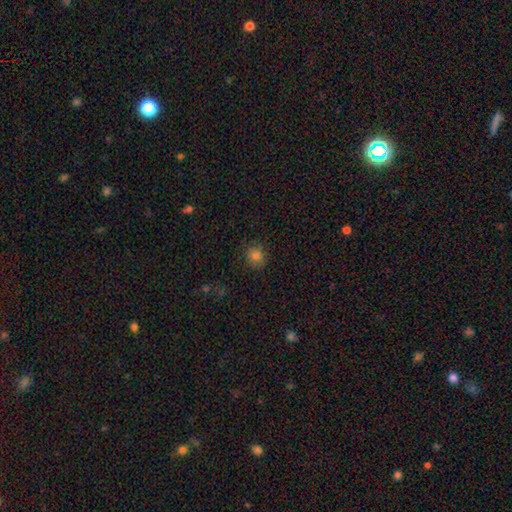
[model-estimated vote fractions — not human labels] The model was most divided on "smooth or featured": smooth: 81%, star or artifact: 14%, featured or disk: 6%. More confident: merging — none (88%); how rounded — round (86%).